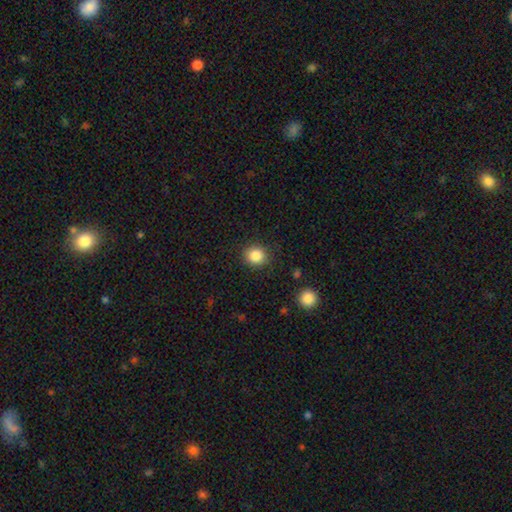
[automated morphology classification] smooth_or_featured: smooth (p=0.85) [alt: star or artifact p=0.10]
how_rounded: round (p=0.85) [alt: in between p=0.14]
merging: none (p=0.88) [alt: minor disturbance p=0.08]